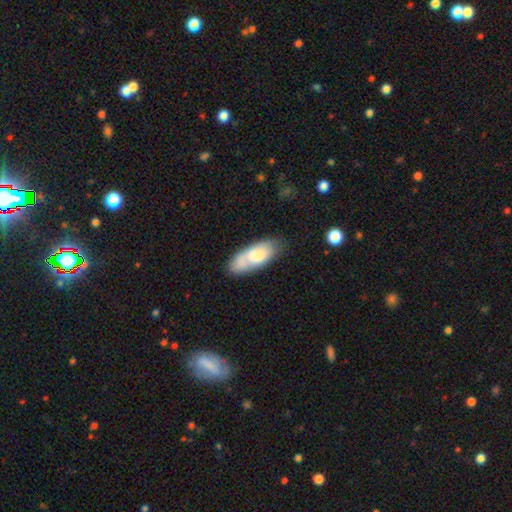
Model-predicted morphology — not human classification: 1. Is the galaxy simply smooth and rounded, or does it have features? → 69% smooth, 24% featured or disk, 6% star or artifact.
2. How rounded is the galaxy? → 82% in between, 16% cigar-shaped, 2% round.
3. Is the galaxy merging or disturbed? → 59% none, 23% minor disturbance, 10% merger, 8% major disturbance.